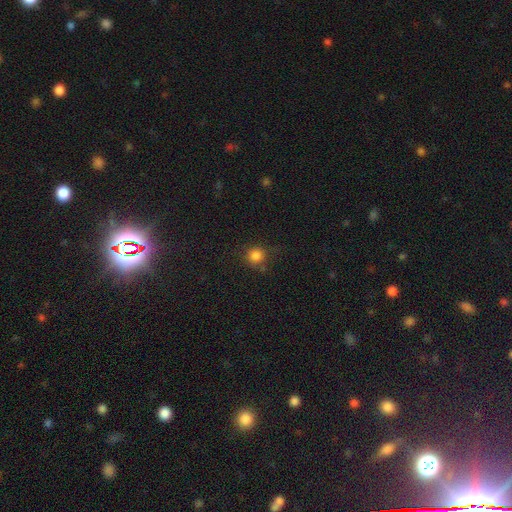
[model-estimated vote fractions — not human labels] Smooth or featured: smooth — 82% (star or artifact — 13%)
How rounded: round — 91% (in between — 8%)
Merging: none — 73% (minor disturbance — 17%)